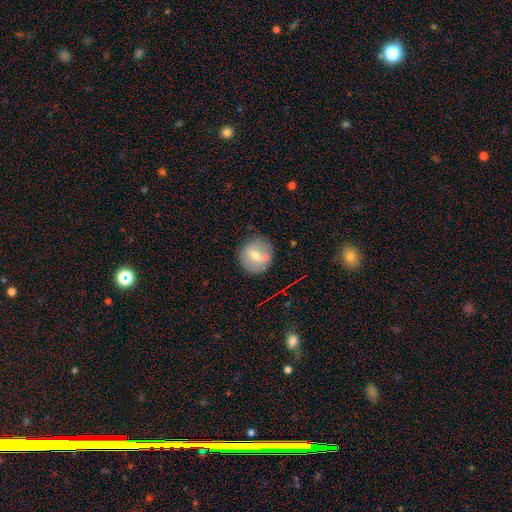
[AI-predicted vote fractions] Smooth or featured? Predicted: smooth (p=0.57). How rounded? Predicted: round (p=0.88). Merging? Predicted: none (p=0.75).